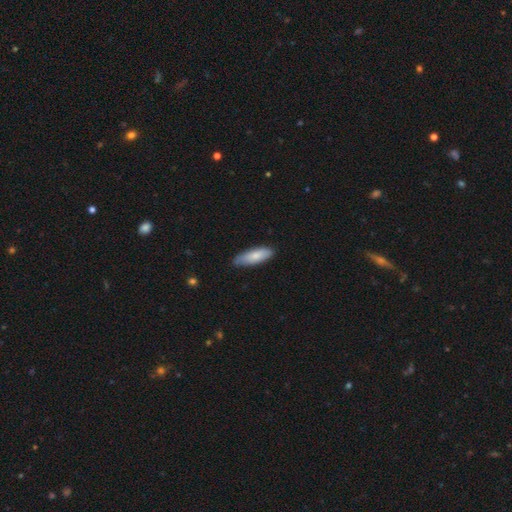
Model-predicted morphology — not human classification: smooth-or-featured: smooth: 79% | featured or disk: 16% | star or artifact: 5%
  how-rounded: in between: 57% | cigar-shaped: 41% | round: 2%
  merging: none: 74% | minor disturbance: 22% | major disturbance: 3% | merger: 1%